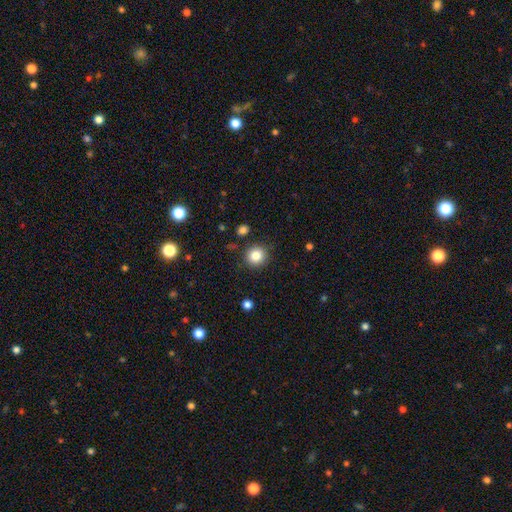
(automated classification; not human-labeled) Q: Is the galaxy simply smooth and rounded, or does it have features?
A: smooth — 84%.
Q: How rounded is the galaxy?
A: round — 91%.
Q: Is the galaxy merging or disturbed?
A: none — 88%.